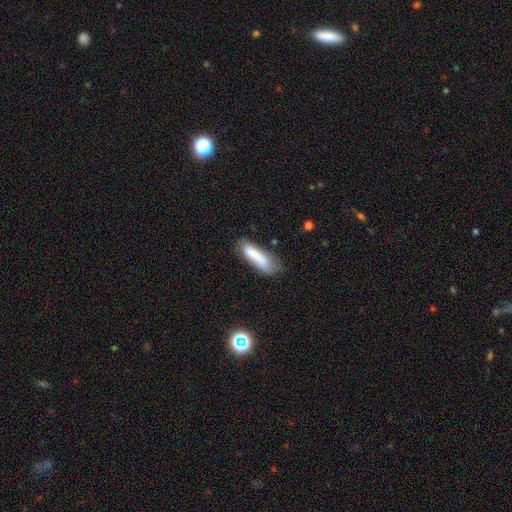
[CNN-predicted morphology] This is clearly a smooth galaxy (81%). How rounded: likely cigar-shaped (62%). Merging: possibly none (56%).